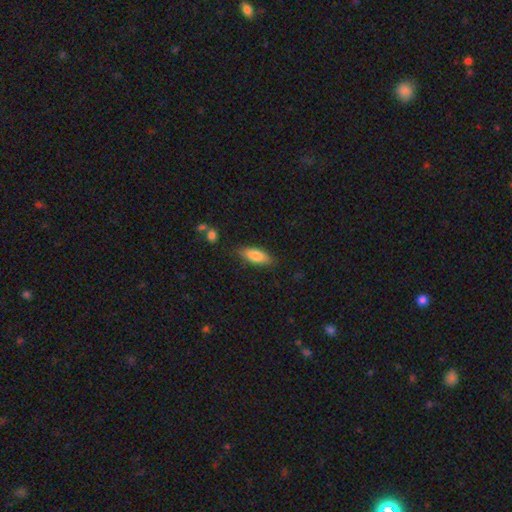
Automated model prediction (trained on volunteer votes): This appears to be a smooth galaxy with no disk features (82%) that is in between round and cigar-shaped (72%). Merging: none (82%).